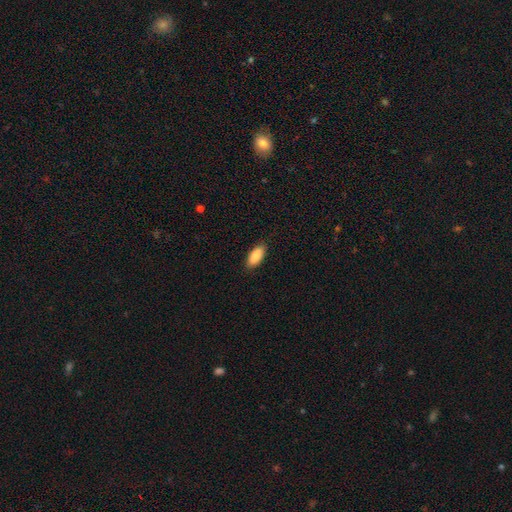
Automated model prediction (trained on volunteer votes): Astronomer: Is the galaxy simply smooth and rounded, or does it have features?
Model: smooth — 85%.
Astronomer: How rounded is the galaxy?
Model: in between — 87%.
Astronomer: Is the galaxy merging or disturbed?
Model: none — 89%.